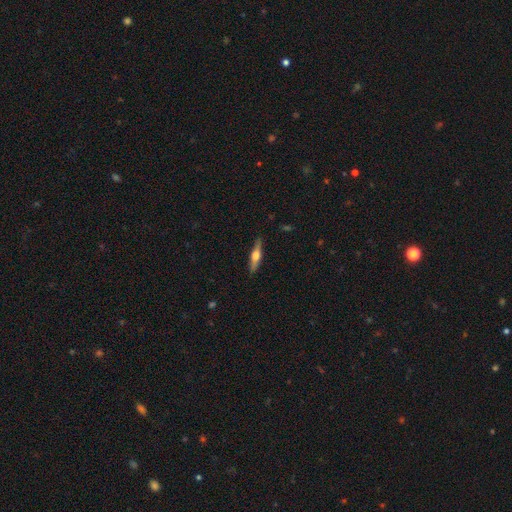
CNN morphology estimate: featured or disk 62%, smooth 32%, star or artifact 6%. Down the decision tree: edge-on disk — yes (96%); edge-on bulge — rounded (92%); merging — none (88%).